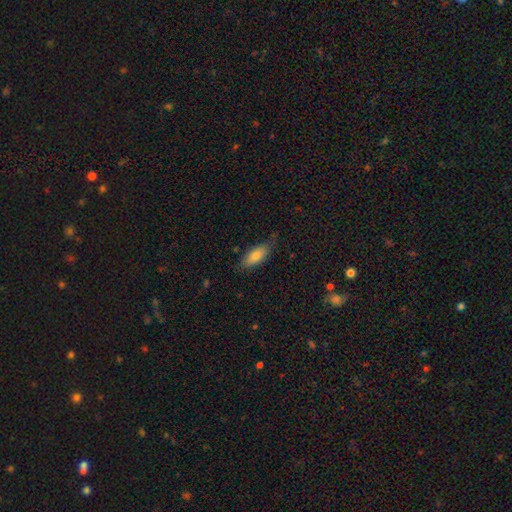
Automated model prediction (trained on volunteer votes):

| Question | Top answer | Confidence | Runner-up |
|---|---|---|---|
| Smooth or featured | smooth | 80% | featured or disk (14%) |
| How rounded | in between | 80% | cigar-shaped (18%) |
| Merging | none | 73% | minor disturbance (21%) |